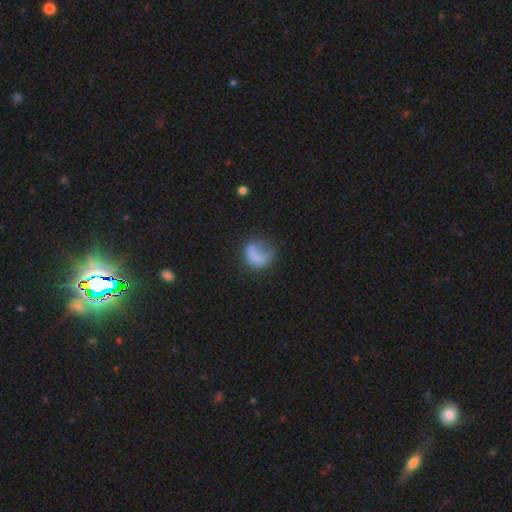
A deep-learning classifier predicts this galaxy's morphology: Q: Smooth or featured?
A: smooth (65%); runner-up: featured or disk (25%)
Q: How rounded?
A: round (51%); runner-up: in between (47%)
Q: Merging?
A: major disturbance (39%); runner-up: none (33%)